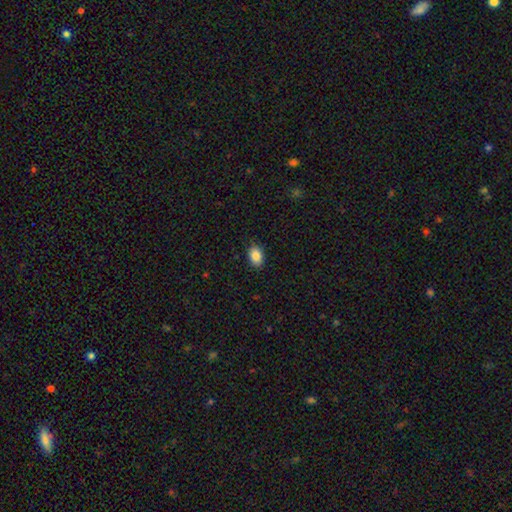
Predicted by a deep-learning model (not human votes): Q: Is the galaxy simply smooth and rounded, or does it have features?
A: smooth — 87%.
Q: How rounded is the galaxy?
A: in between — 85%.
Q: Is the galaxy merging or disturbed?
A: none — 87%.